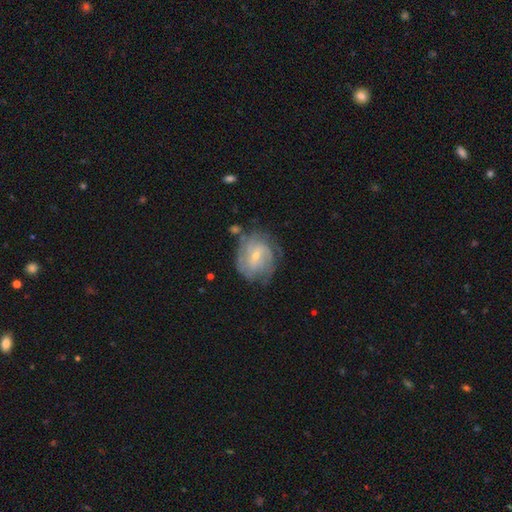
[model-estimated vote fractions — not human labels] Smooth or featured? Predicted: featured or disk (p=0.76). Edge-on disk? Predicted: no (p=0.97). Bar? Predicted: weak (p=0.53). Spiral arms? Predicted: yes (p=0.87). Spiral winding? Predicted: tight (p=0.55). Spiral arm count? Predicted: can't tell (p=0.43). Bulge size? Predicted: small (p=0.64). Merging? Predicted: none (p=0.62).